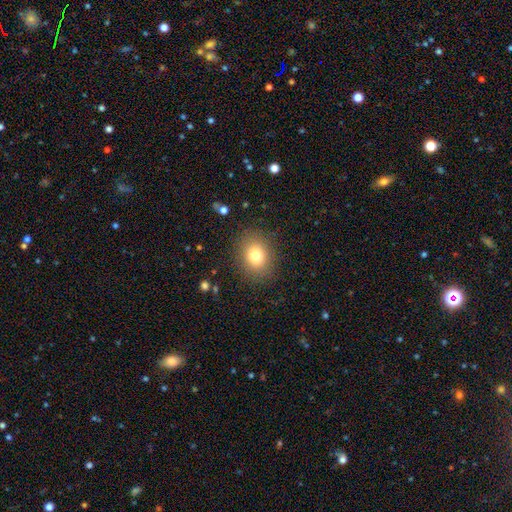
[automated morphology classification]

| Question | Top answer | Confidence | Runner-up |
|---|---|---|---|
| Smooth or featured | smooth | 78% | star or artifact (11%) |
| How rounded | round | 53% | in between (46%) |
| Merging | none | 86% | minor disturbance (9%) |